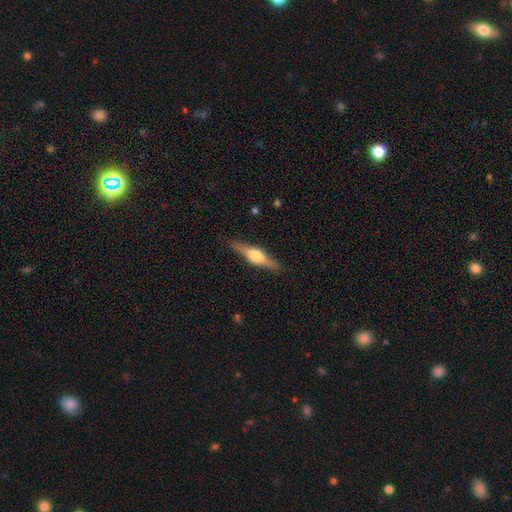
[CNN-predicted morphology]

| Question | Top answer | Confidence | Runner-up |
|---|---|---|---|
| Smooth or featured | featured or disk | 65% | smooth (30%) |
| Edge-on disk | yes | 96% | no (4%) |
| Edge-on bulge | rounded | 93% | boxy (5%) |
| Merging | none | 88% | minor disturbance (9%) |